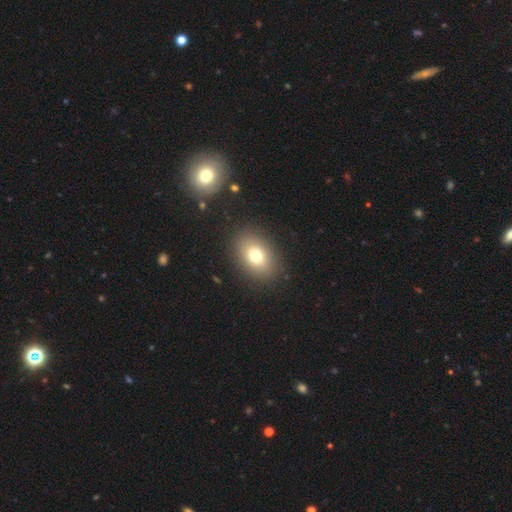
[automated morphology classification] Smooth or featured?
  - smooth: 75% *
  - featured or disk: 13%
  - star or artifact: 12%
How rounded?
  - in between: 74% *
  - round: 25%
  - cigar-shaped: 1%
Merging?
  - none: 88% *
  - minor disturbance: 8%
  - major disturbance: 3%
  - merger: 1%